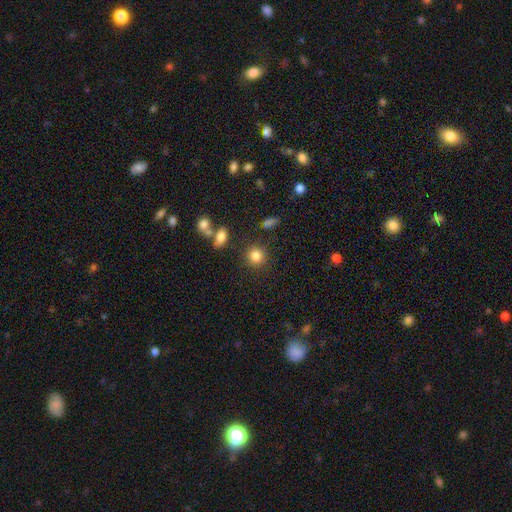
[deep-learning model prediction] Smooth or featured? Predicted: smooth (p=0.83). How rounded? Predicted: round (p=0.88). Merging? Predicted: none (p=0.83).